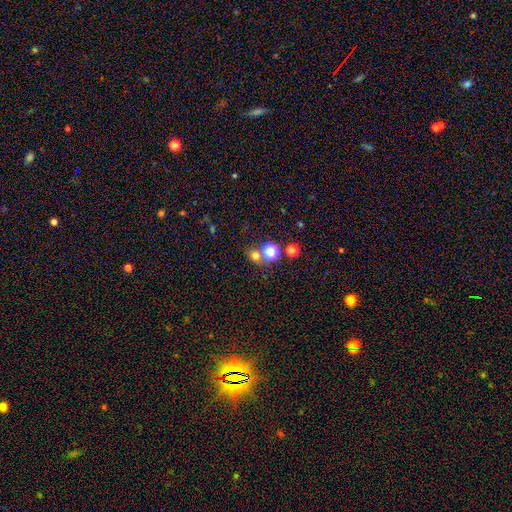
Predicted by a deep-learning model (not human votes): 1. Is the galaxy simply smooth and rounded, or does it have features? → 67% smooth, 24% star or artifact, 8% featured or disk.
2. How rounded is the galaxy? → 75% round, 24% in between, 1% cigar-shaped.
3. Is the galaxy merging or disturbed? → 61% none, 26% merger, 9% minor disturbance, 4% major disturbance.